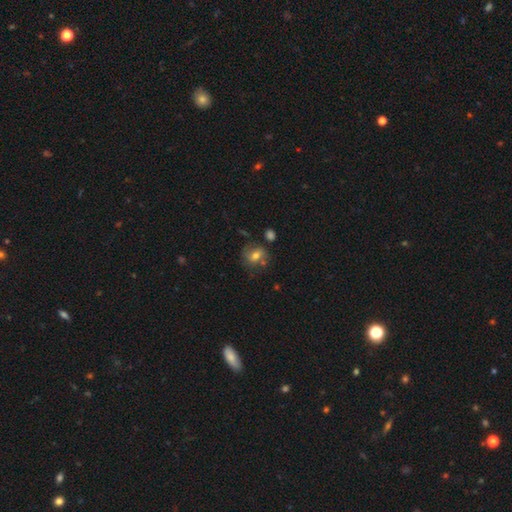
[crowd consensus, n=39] Smooth or featured?
  - smooth: 67% *
  - featured or disk: 26%
  - star or artifact: 8%
How rounded?
  - in between: 50% *
  - round: 42%
  - cigar-shaped: 8%
Merging?
  - none: 64% *
  - minor disturbance: 17%
  - major disturbance: 11%
  - merger: 8%